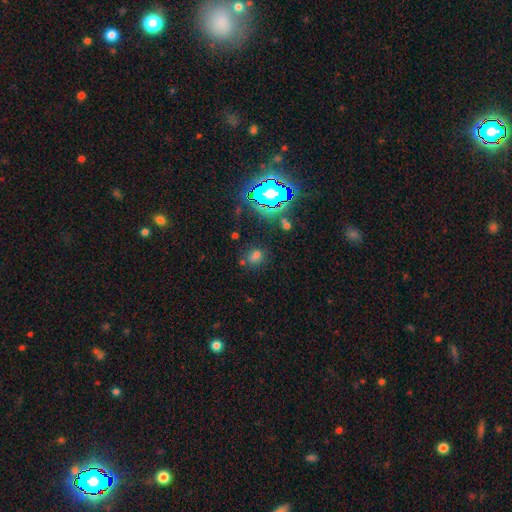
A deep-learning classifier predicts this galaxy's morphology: Q: Smooth or featured?
A: smooth (59%); runner-up: star or artifact (32%)
Q: How rounded?
A: in between (52%); runner-up: round (45%)
Q: Merging?
A: none (72%); runner-up: minor disturbance (15%)